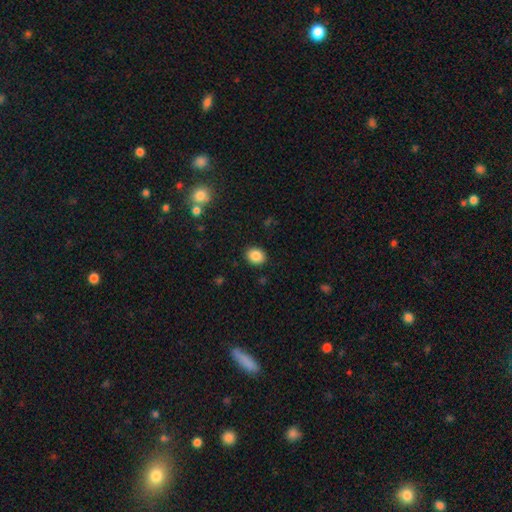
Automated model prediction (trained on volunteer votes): This is clearly a smooth galaxy (87%). How rounded: possibly round (53%). Merging: clearly none (90%).